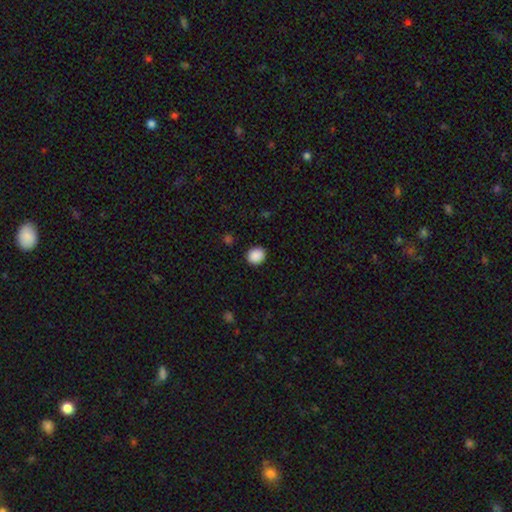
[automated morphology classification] Smooth or featured?
  - smooth: 89% *
  - star or artifact: 8%
  - featured or disk: 3%
How rounded?
  - round: 74% *
  - in between: 25%
  - cigar-shaped: 1%
Merging?
  - none: 88% *
  - minor disturbance: 8%
  - major disturbance: 2%
  - merger: 1%